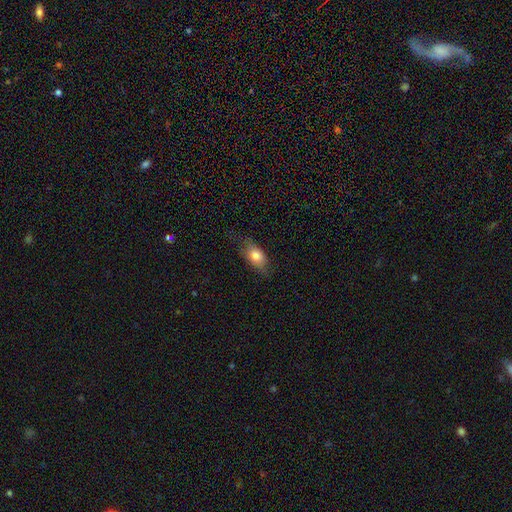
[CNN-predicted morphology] Smooth or featured: smooth — 78% (featured or disk — 15%)
How rounded: in between — 83% (round — 10%)
Merging: none — 66% (minor disturbance — 24%)